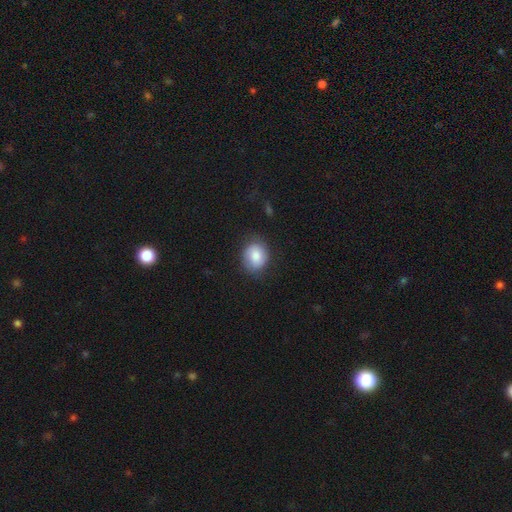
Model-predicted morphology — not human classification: smooth_or_featured: smooth (p=0.79) [alt: featured or disk p=0.13]
how_rounded: round (p=0.69) [alt: in between p=0.30]
merging: none (p=0.78) [alt: minor disturbance p=0.16]